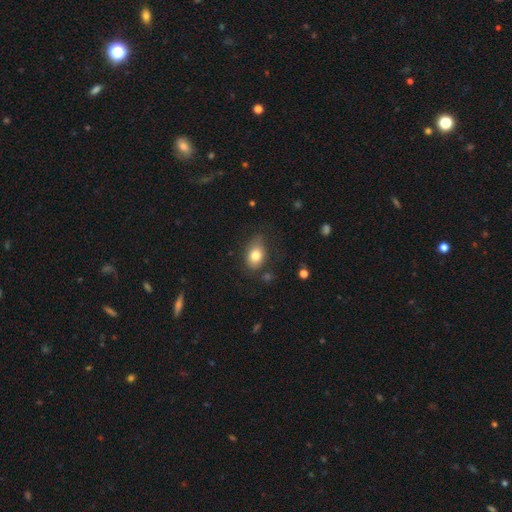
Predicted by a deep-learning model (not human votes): This appears to be a smooth galaxy with no disk features (79%) that is in between round and cigar-shaped (77%). Merging: none (65%).